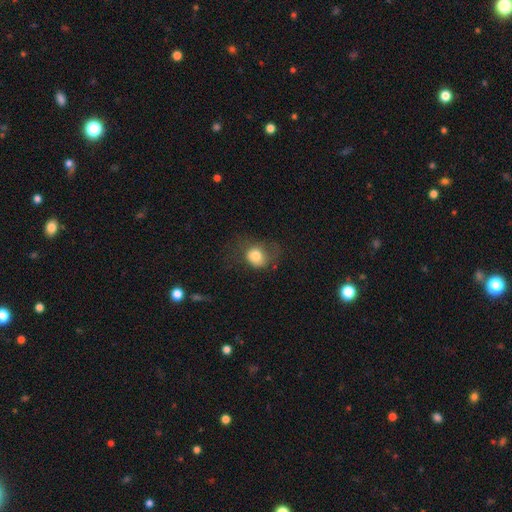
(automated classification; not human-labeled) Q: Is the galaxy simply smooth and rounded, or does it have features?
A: smooth — 75%.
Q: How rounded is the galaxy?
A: round — 58%.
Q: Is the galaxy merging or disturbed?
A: major disturbance — 36%, tied with none.